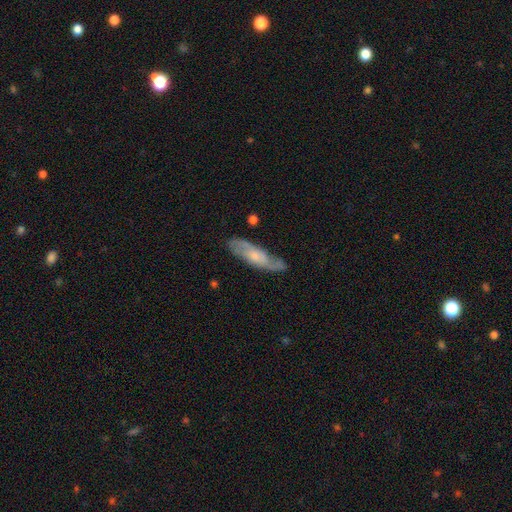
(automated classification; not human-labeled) Smooth or featured? Predicted: featured or disk (p=0.67). Edge-on disk? Predicted: no (p=0.76). Bar? Predicted: no (p=0.65). Spiral arms? Predicted: yes (p=0.89). Bulge size? Predicted: small (p=0.49). Merging? Predicted: none (p=0.77).